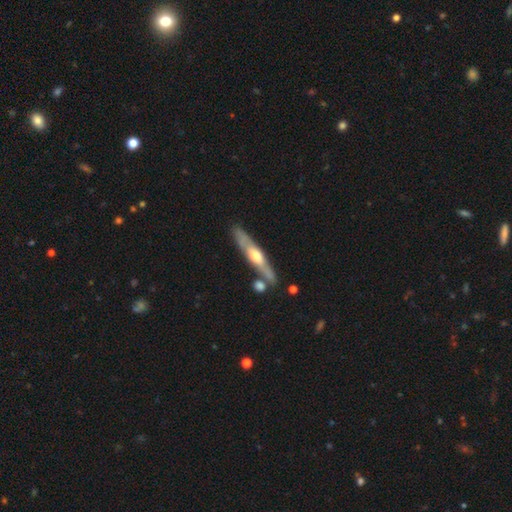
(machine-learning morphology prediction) This is likely a featured or disk galaxy (67%). It is clearly viewed edge-on (90%). Edge-on bulge: clearly rounded (86%). Merging: likely none (75%).